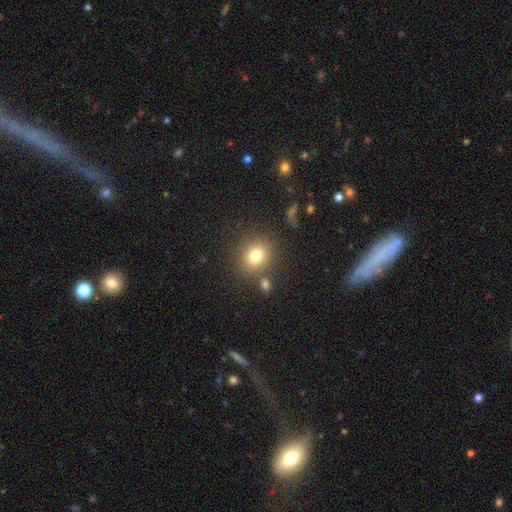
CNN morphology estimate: The model was most divided on "how rounded": round: 72%, in between: 27%, cigar-shaped: 1%. More confident: merging — none (80%); smooth or featured — smooth (78%).